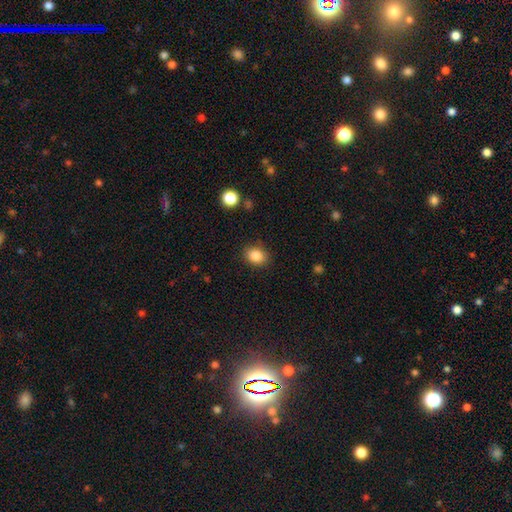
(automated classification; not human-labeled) This appears to be a smooth galaxy with no disk features (87%) that is in between round and cigar-shaped (58%). Merging: none (86%).